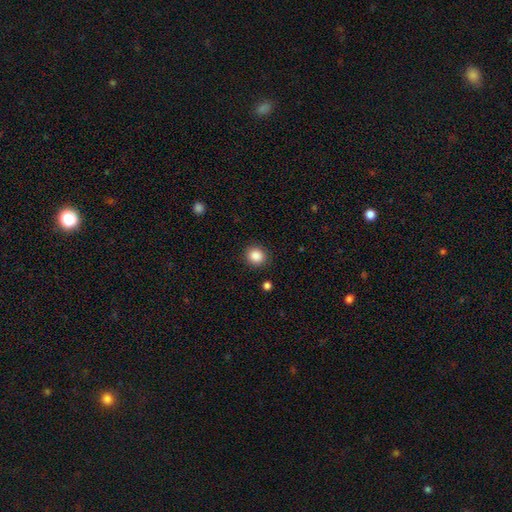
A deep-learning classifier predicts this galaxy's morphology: This is clearly a smooth galaxy (87%). How rounded: clearly round (88%). Merging: clearly none (90%).